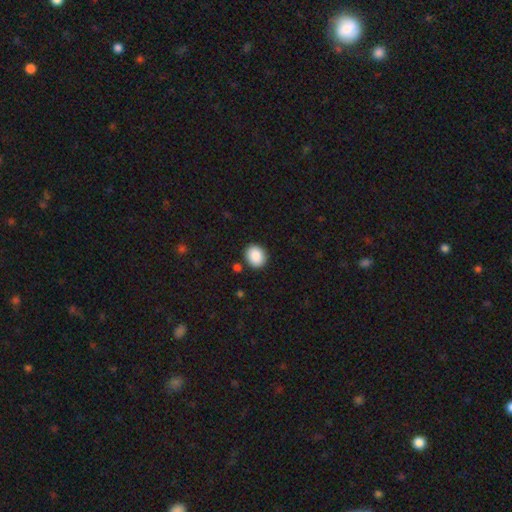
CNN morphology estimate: This is clearly a smooth galaxy (89%). How rounded: likely round (63%). Merging: clearly none (86%).